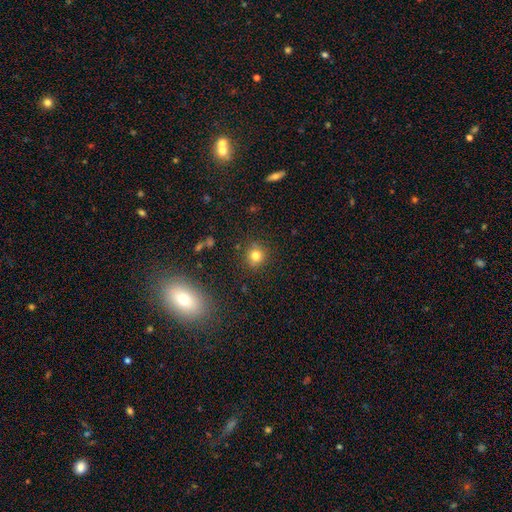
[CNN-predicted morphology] Smooth or featured: smooth — 78% (star or artifact — 14%)
How rounded: round — 89% (in between — 10%)
Merging: none — 87% (minor disturbance — 8%)